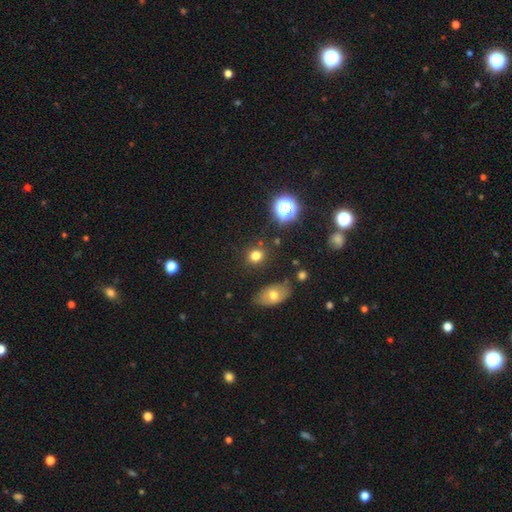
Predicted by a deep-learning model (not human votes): Smooth or featured? Predicted: smooth (p=0.76). How rounded? Predicted: round (p=0.72). Merging? Predicted: none (p=0.83).